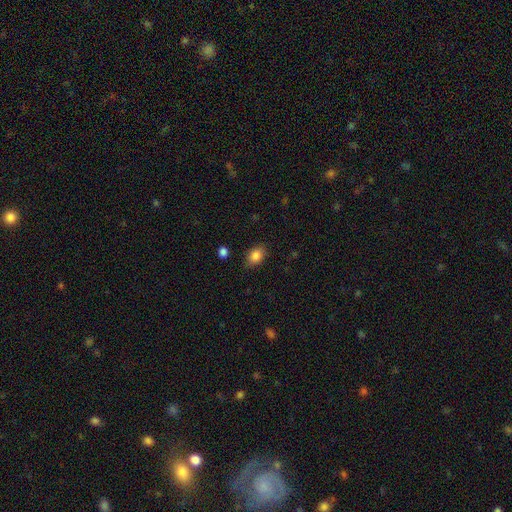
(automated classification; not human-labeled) smooth-or-featured: smooth: 86% | star or artifact: 9% | featured or disk: 5%
  how-rounded: in between: 74% | round: 25% | cigar-shaped: 1%
  merging: none: 83% | minor disturbance: 12% | major disturbance: 3% | merger: 1%